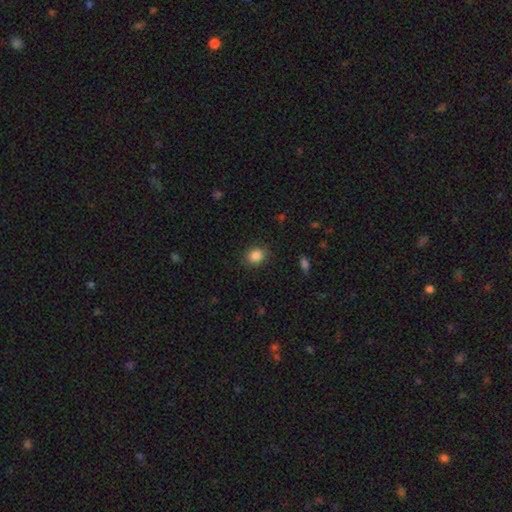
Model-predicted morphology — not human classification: A smooth galaxy with no disk features (86%) that is round (56%).

Vote fractions:
- Smooth or featured? smooth: 86% / star or artifact: 10% / featured or disk: 4%
- How rounded? round: 56% / in between: 43% / cigar-shaped: 1%
- Merging? none: 85% / minor disturbance: 11% / major disturbance: 3% / merger: 1%